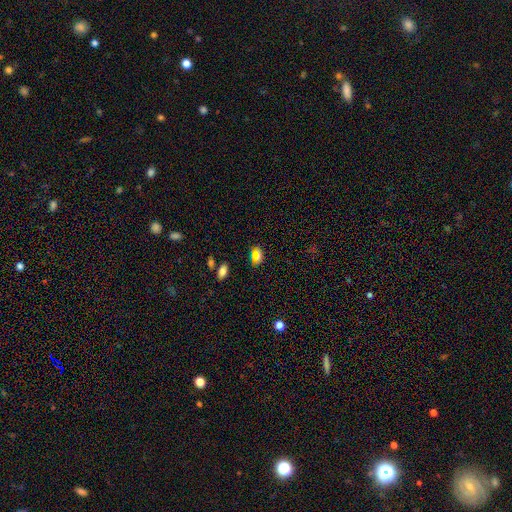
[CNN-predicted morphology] smooth_or_featured: smooth (p=0.61) [alt: star or artifact p=0.27]
how_rounded: in between (p=0.80) [alt: round p=0.15]
merging: none (p=0.73) [alt: minor disturbance p=0.16]